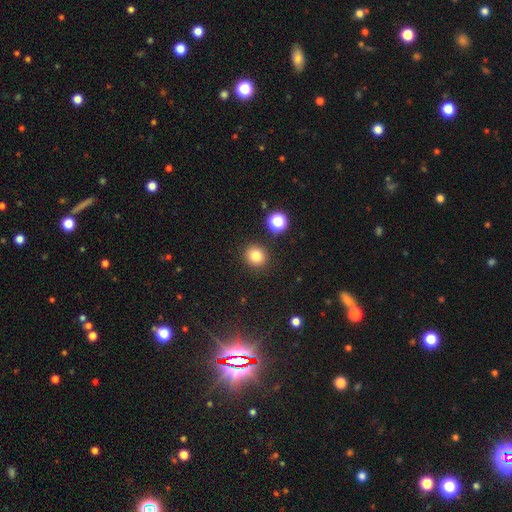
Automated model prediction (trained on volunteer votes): smooth-or-featured: smooth: 81% | star or artifact: 13% | featured or disk: 6%
  how-rounded: round: 83% | in between: 16% | cigar-shaped: 1%
  merging: none: 89% | minor disturbance: 6% | merger: 2% | major disturbance: 2%